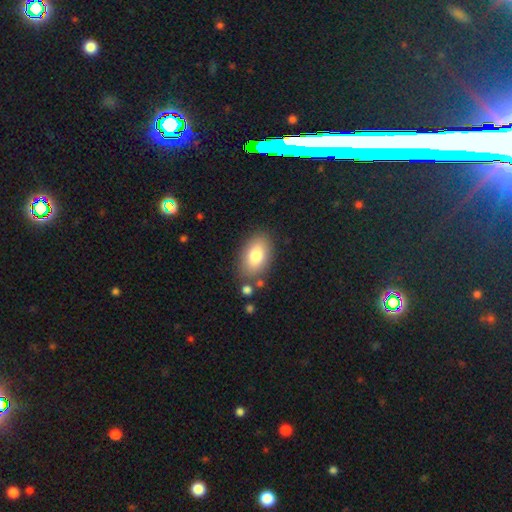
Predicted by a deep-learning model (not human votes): smooth-or-featured: smooth: 80% | featured or disk: 12% | star or artifact: 8%
  how-rounded: in between: 90% | round: 8% | cigar-shaped: 1%
  merging: none: 81% | minor disturbance: 12% | merger: 4% | major disturbance: 3%